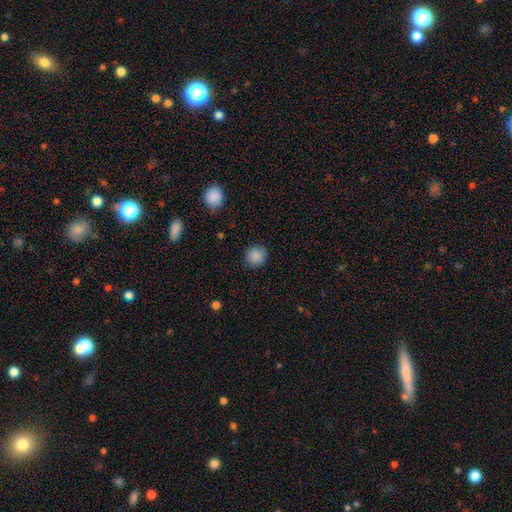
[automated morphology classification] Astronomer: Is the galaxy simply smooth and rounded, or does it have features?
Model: smooth — 88%.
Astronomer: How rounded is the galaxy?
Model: round — 90%.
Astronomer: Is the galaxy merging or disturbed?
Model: none — 89%.